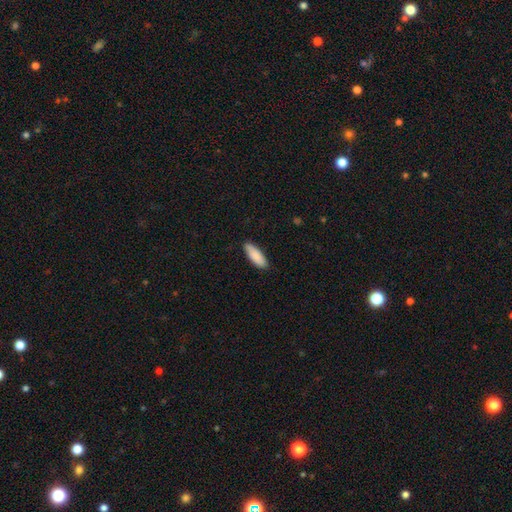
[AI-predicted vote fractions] smooth 89%, featured or disk 6%, star or artifact 5%. Down the decision tree: how rounded — in between (64%); merging — none (86%).